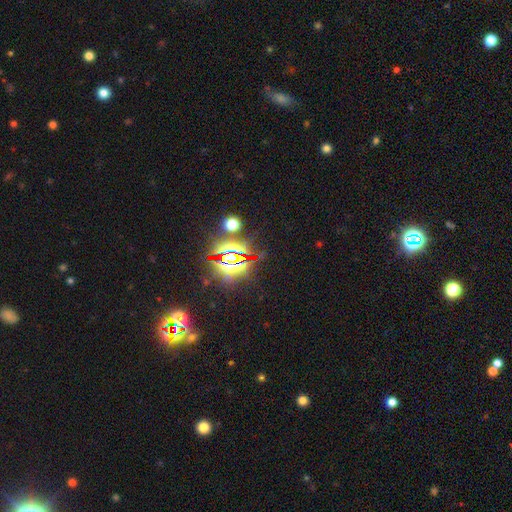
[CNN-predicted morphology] Smooth or featured? star or artifact (84%)